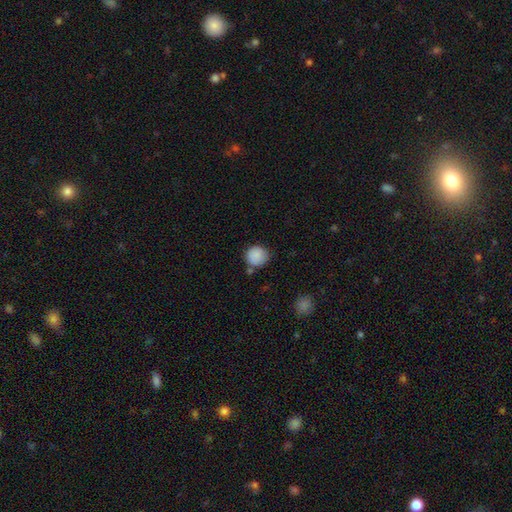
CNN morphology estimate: A smooth galaxy with no disk features (88%) that is round (90%). Merging: none (70%).